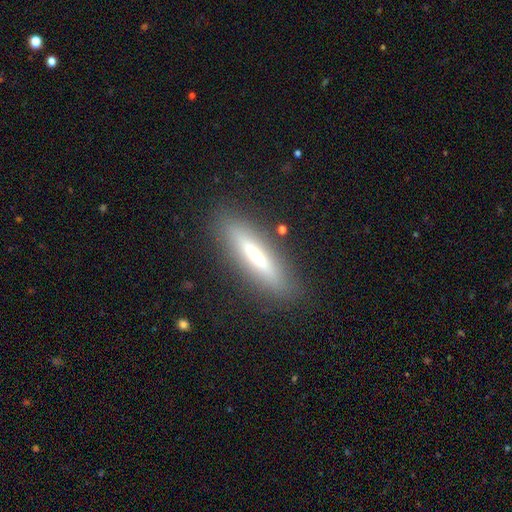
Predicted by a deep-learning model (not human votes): Smooth or featured? smooth (48%)
Merging? none (86%)